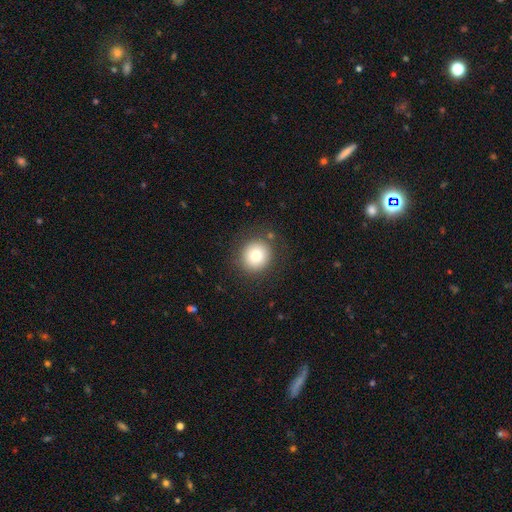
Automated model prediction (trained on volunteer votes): smooth_or_featured: smooth (p=0.80) [alt: star or artifact p=0.10]
how_rounded: round (p=0.89) [alt: in between p=0.10]
merging: none (p=0.86) [alt: minor disturbance p=0.09]